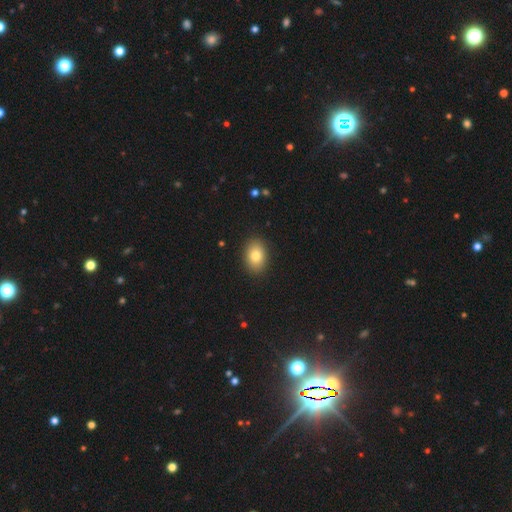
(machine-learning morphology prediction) A smooth galaxy with no disk features (81%) that is in between round and cigar-shaped (78%). Merging: none (89%).